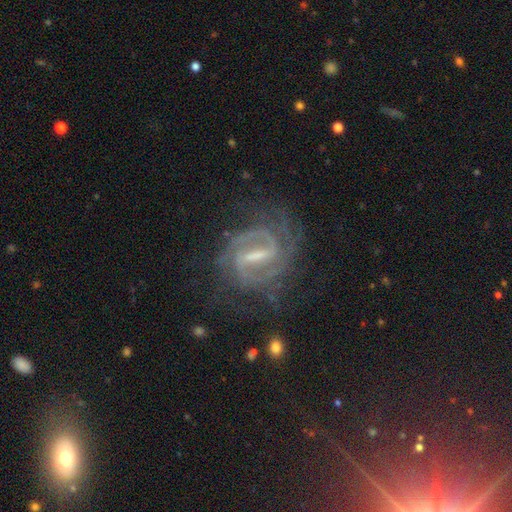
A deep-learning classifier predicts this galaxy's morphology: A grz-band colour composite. It shows a featured or disk galaxy (89%) with a strong bar (65%), 2 (69%) medium (45%, tied with tight) spiral arms (97%) and a small central bulge (45%). Merging: none (71%).